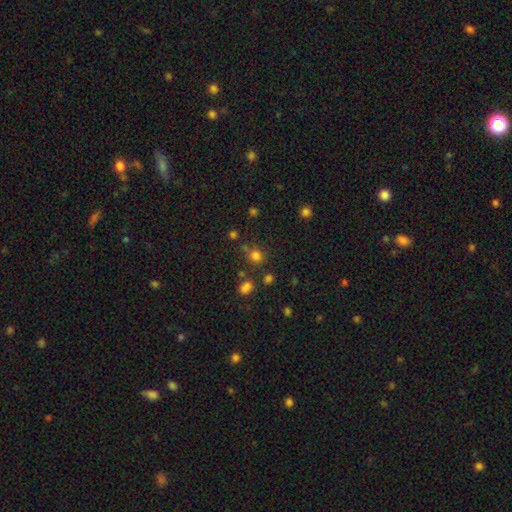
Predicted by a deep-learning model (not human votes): Smooth or featured? Predicted: smooth (p=0.73). How rounded? Predicted: round (p=0.86). Merging? Predicted: none (p=0.71).